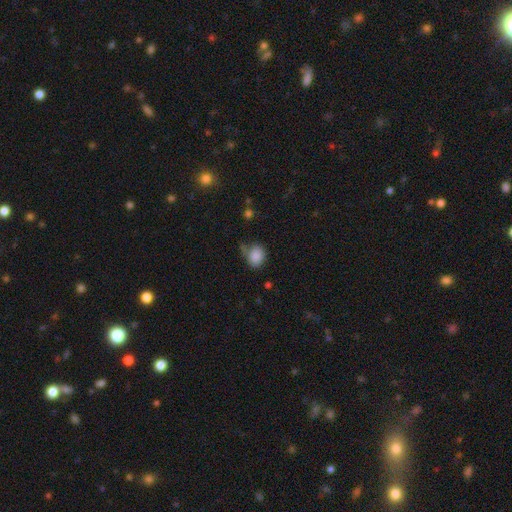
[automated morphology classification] Smooth or featured? smooth (85%)
How rounded? round (51%)
Merging? none (55%)